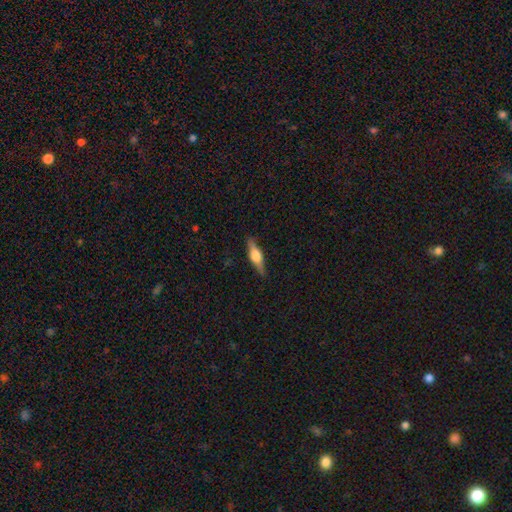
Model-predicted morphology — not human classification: featured or disk 64%, smooth 30%, star or artifact 6%. Down the decision tree: edge-on disk — yes (96%); edge-on bulge — rounded (89%); merging — none (87%).